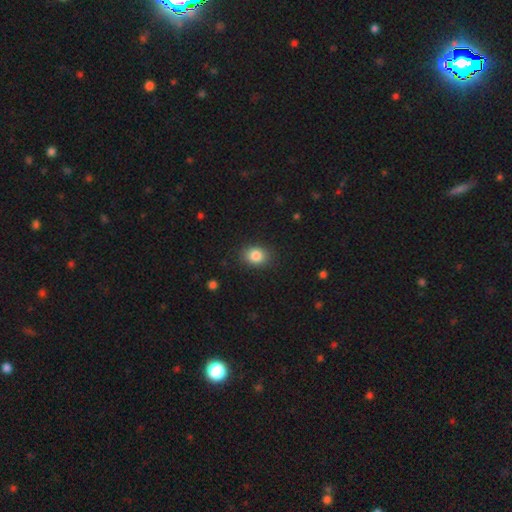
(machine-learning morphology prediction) This is clearly a smooth galaxy (84%). How rounded: possibly in between (56%). Merging: clearly none (87%).